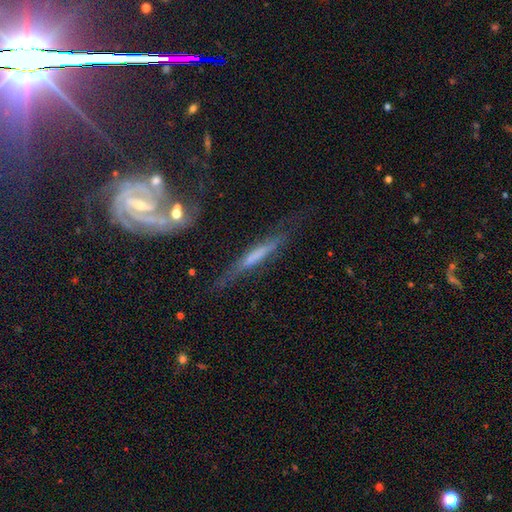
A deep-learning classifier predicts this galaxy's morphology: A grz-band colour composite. It shows a featured or disk galaxy (54%) viewed edge-on (85%). Merging: none (63%).